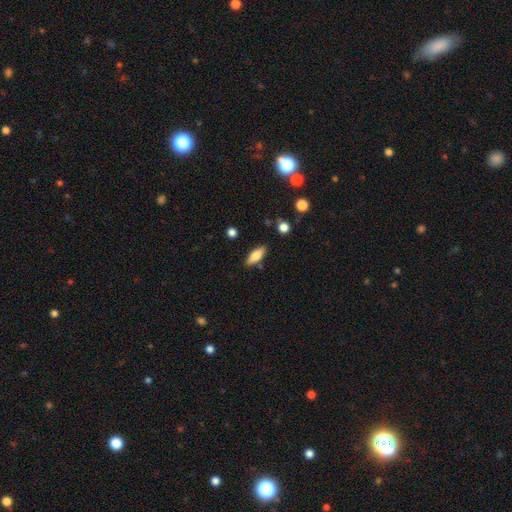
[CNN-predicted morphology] Overall: smooth (70%). How rounded: in between (68%; cigar-shaped 29%). Merging: none (84%).